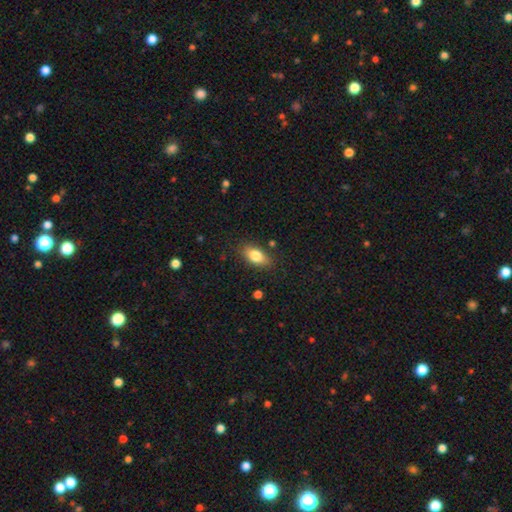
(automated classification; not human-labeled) Smooth or featured: smooth — 81% (featured or disk — 11%)
How rounded: in between — 87% (cigar-shaped — 7%)
Merging: none — 82% (minor disturbance — 13%)